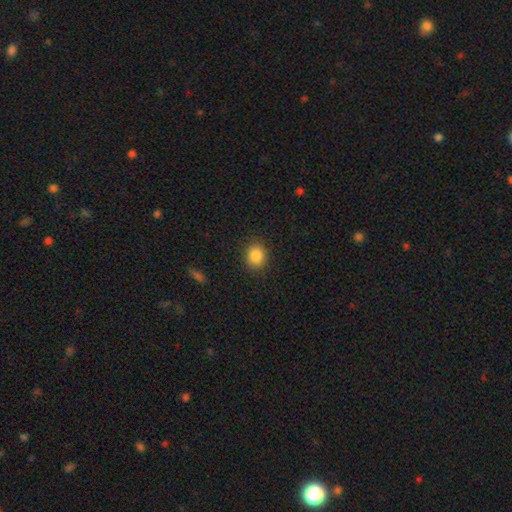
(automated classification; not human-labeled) Smooth or featured? Predicted: smooth (p=0.86). How rounded? Predicted: round (p=0.67). Merging? Predicted: none (p=0.88).